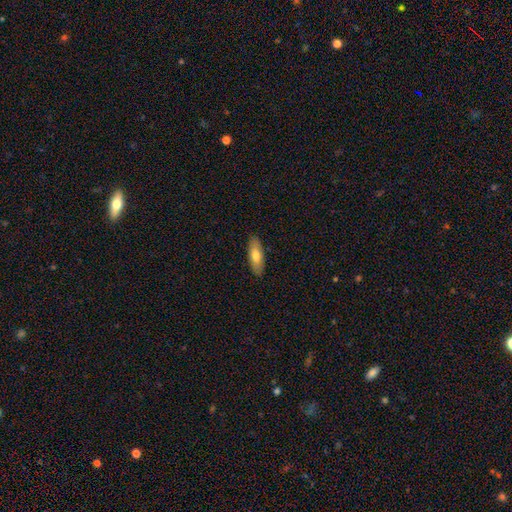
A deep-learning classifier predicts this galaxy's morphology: Smooth or featured? Predicted: smooth (p=0.72). How rounded? Predicted: in between (p=0.67). Merging? Predicted: none (p=0.89).